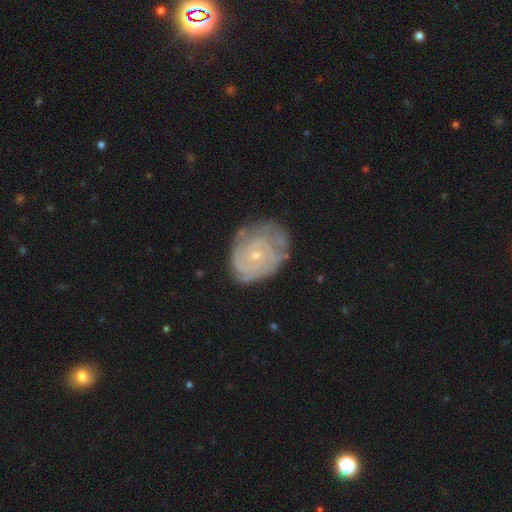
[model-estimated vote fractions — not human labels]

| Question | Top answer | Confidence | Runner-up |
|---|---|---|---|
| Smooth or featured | featured or disk | 76% | smooth (17%) |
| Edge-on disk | no | 97% | yes (3%) |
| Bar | no | 79% | weak (18%) |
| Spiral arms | yes | 89% | no (11%) |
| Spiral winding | tight | 72% | medium (22%) |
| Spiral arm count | can't tell | 42% | 2 (18%) |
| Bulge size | small | 79% | moderate (17%) |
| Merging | none | 67% | minor disturbance (23%) |